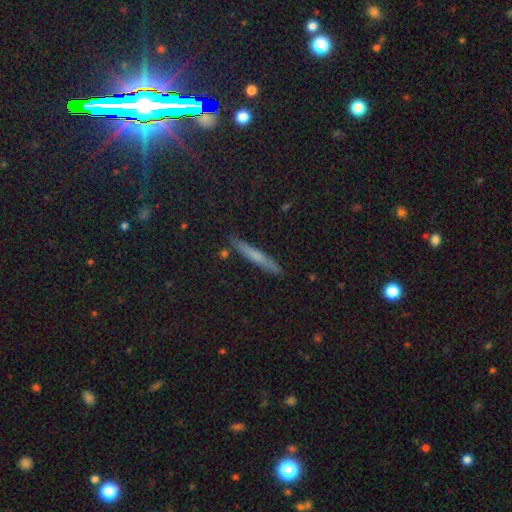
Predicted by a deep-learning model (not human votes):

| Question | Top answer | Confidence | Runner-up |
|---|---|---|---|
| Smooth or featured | smooth | 53% | featured or disk (35%) |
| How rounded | cigar-shaped | 93% | in between (5%) |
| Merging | none | 87% | minor disturbance (9%) |